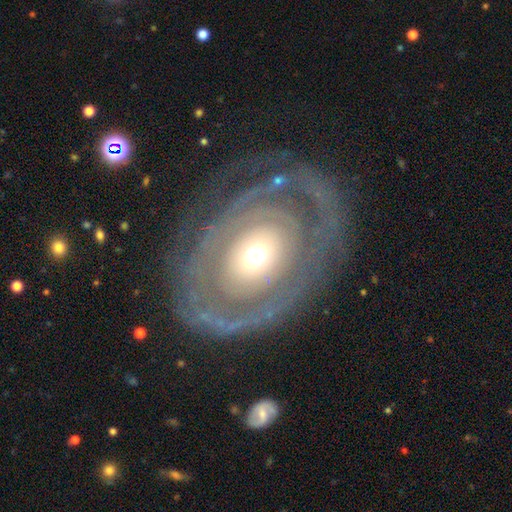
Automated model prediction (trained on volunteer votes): Morphology: type=featured or disk (77%); edge-on=no (95%); bar=no (86%); spiral arms=yes (57%); bulge=moderate (50%); merging=none (73%).